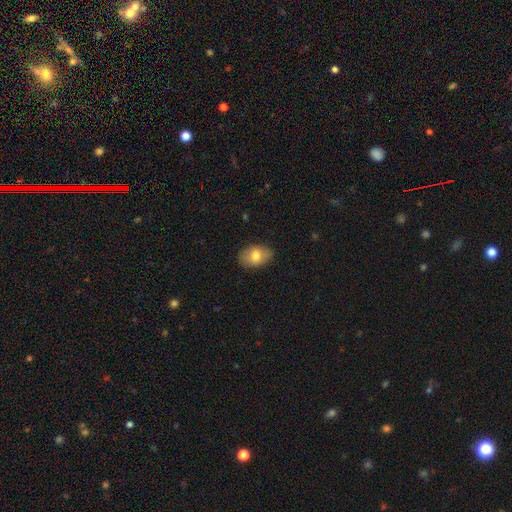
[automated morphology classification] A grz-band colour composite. It shows a smooth galaxy with no disk features (74%) that is in between round and cigar-shaped (86%). Merging: none (84%).